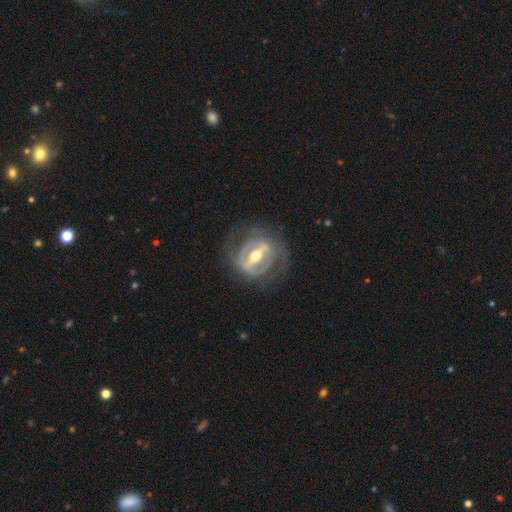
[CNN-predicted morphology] smooth_or_featured: featured or disk (p=0.85) [alt: smooth p=0.10]
disk_edge_on: no (p=0.82) [alt: yes p=0.18]
bar: strong (p=0.77) [alt: weak p=0.16]
has_spiral_arms: no (p=0.50) [tied with: yes p=0.50]
bulge_size: moderate (p=0.74) [alt: small p=0.14]
merging: none (p=0.74) [alt: minor disturbance p=0.14]